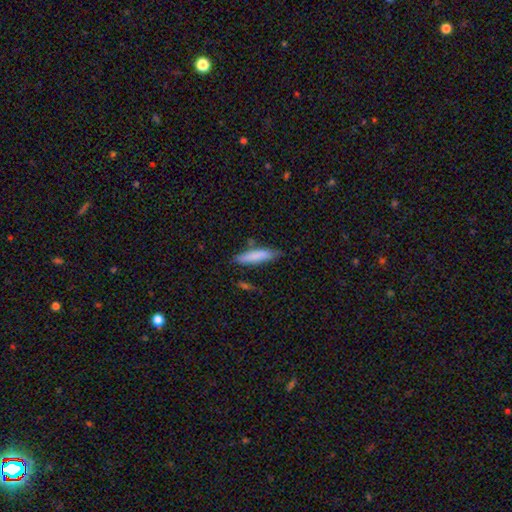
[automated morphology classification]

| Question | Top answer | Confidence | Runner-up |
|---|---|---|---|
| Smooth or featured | smooth | 81% | featured or disk (13%) |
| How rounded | cigar-shaped | 79% | in between (20%) |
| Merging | none | 74% | minor disturbance (18%) |